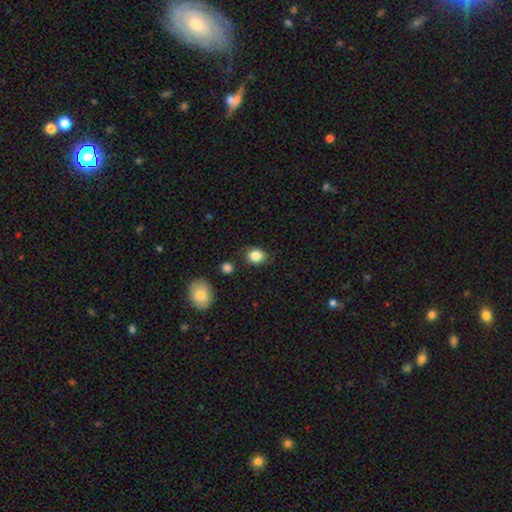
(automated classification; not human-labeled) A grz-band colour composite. It shows a smooth galaxy with no disk features (85%) that is round (53%). Merging: none (80%).